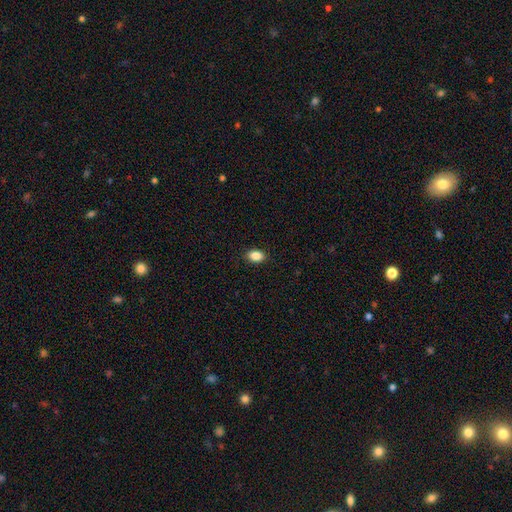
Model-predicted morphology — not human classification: smooth_or_featured: smooth (p=0.88) [alt: star or artifact p=0.08]
how_rounded: in between (p=0.83) [alt: round p=0.16]
merging: none (p=0.89) [alt: minor disturbance p=0.08]